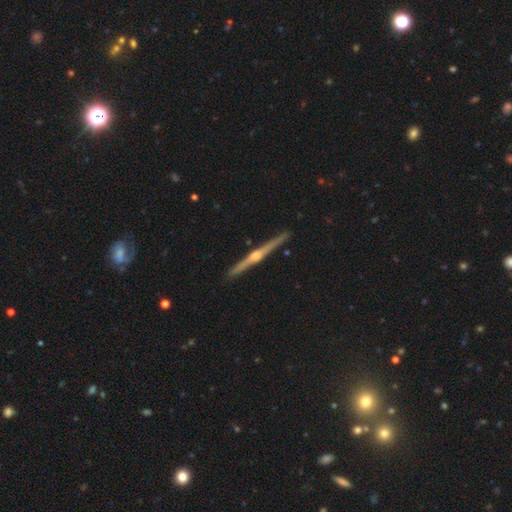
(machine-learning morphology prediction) Smooth or featured?
  - featured or disk: 85% *
  - smooth: 10%
  - star or artifact: 5%
Edge-on disk?
  - yes: 99% *
  - no: 1%
Edge-on bulge?
  - rounded: 90% *
  - none: 6%
  - boxy: 4%
Merging?
  - none: 92% *
  - minor disturbance: 5%
  - major disturbance: 1%
  - merger: 1%